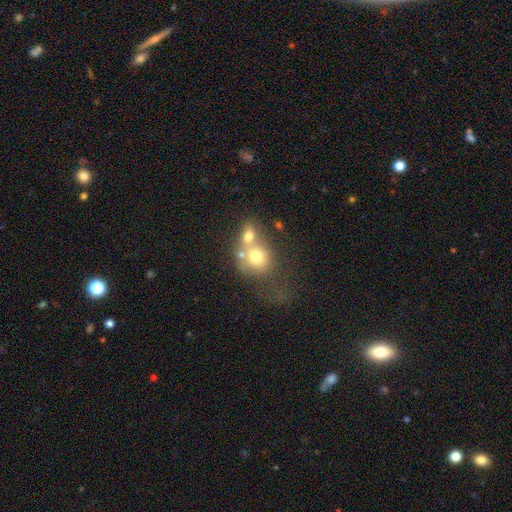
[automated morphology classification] This appears to be a smooth galaxy with no disk features (63%) that is round (63%). Merging: merger (62%).